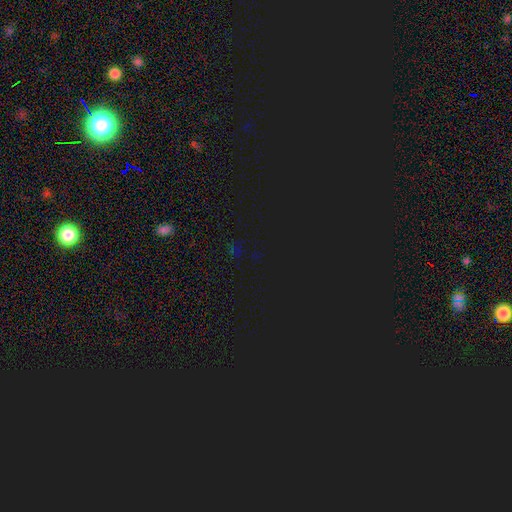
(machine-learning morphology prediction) The model was most divided on "smooth or featured": star or artifact: 81%, smooth: 13%, featured or disk: 6%.